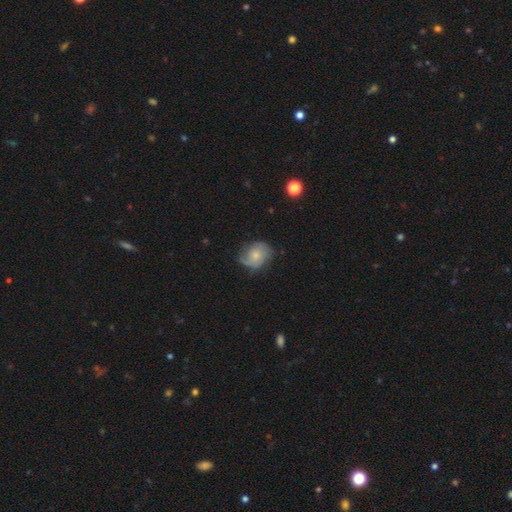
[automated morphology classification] smooth_or_featured: smooth (p=0.49) [alt: featured or disk p=0.43]
merging: none (p=0.53) [alt: minor disturbance p=0.32]